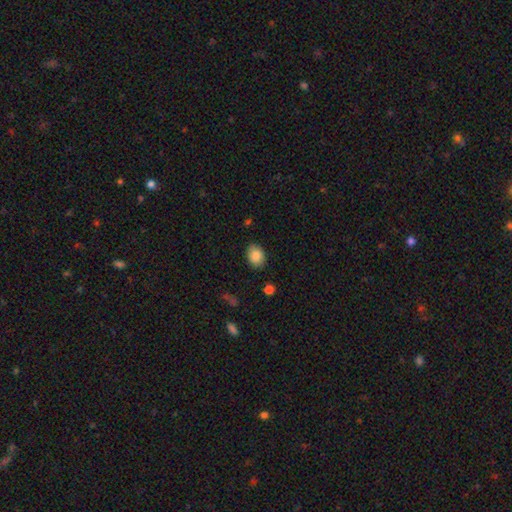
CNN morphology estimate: Overall: smooth (87%). How rounded: in between (71%). Merging: none (85%).